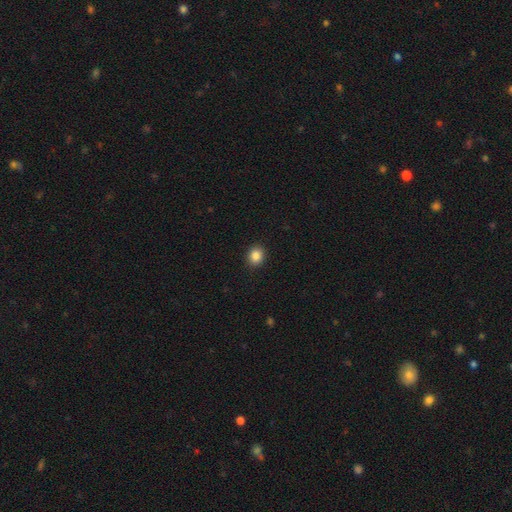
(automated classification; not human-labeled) Smooth or featured? smooth (86%)
How rounded? round (69%)
Merging? none (91%)